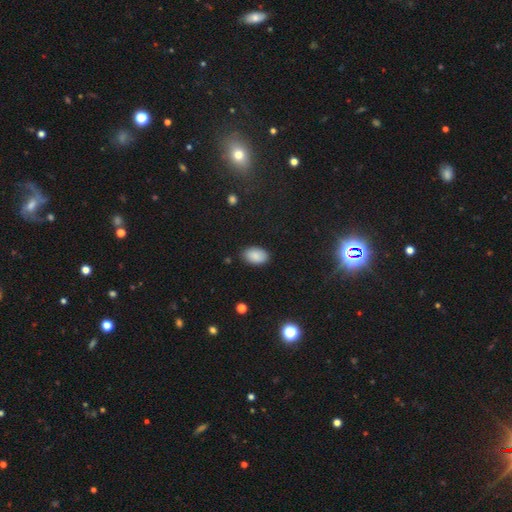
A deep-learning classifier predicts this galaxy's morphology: A smooth galaxy with no disk features (88%) that is in between round and cigar-shaped (92%). Merging: none (86%).